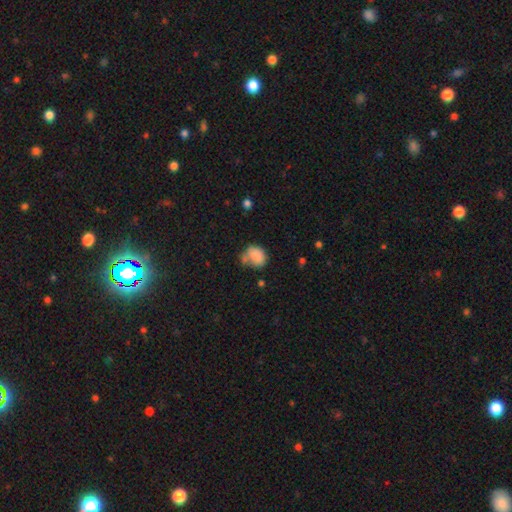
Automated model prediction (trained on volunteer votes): Morphology: type=smooth (80%); roundness=in between (56%); merging=none (42%).